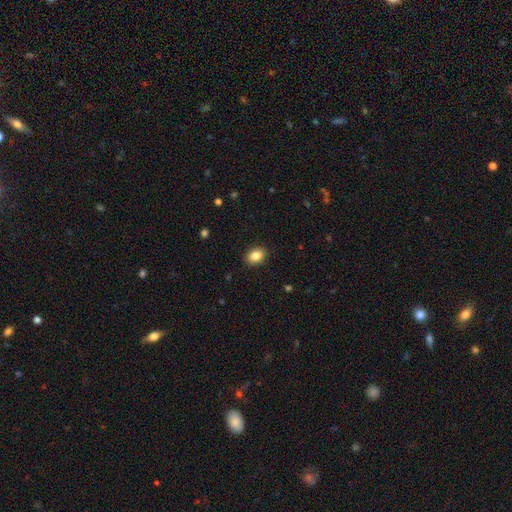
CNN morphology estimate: Overall: smooth (86%). How rounded: in between (67%; round 32%). Merging: none (90%).